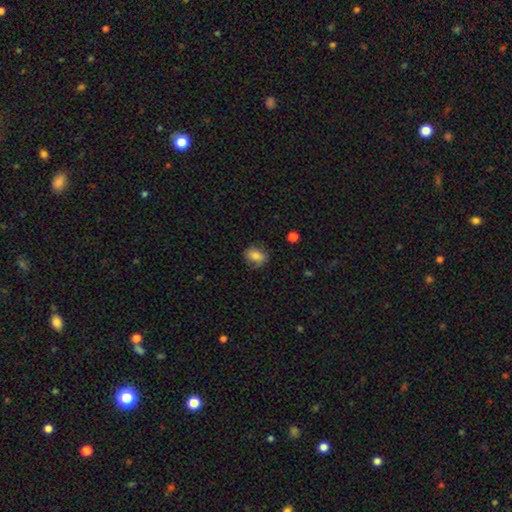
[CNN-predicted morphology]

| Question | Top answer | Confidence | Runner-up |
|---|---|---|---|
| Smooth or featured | smooth | 80% | featured or disk (11%) |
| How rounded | in between | 61% | round (37%) |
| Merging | none | 72% | minor disturbance (21%) |